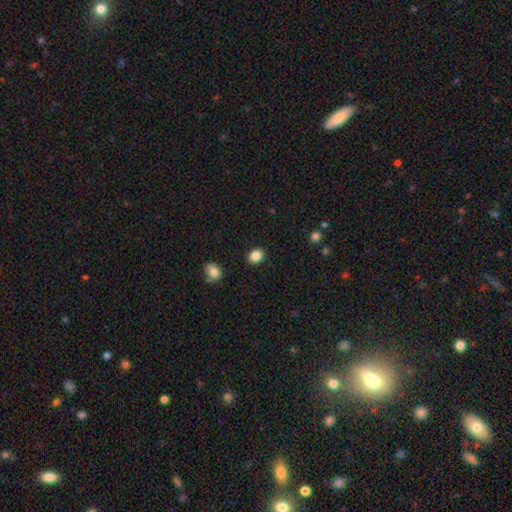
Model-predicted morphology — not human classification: The model was most divided on "how rounded": round: 57%, in between: 42%, cigar-shaped: 1%. More confident: merging — none (89%); smooth or featured — smooth (86%).